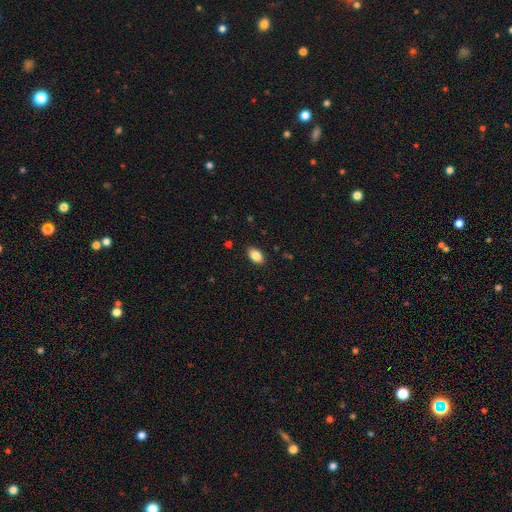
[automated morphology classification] smooth_or_featured: smooth (p=0.86) [alt: star or artifact p=0.08]
how_rounded: in between (p=0.91) [alt: round p=0.07]
merging: none (p=0.88) [alt: minor disturbance p=0.09]